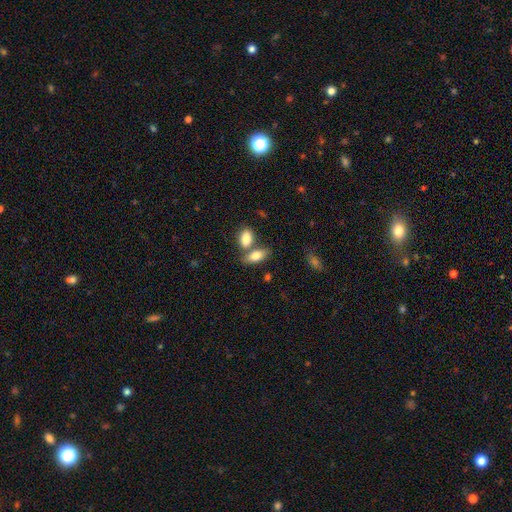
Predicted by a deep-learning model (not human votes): smooth 78%, featured or disk 15%, star or artifact 6%. Down the decision tree: how rounded — in between (84%); merging — none (50%).